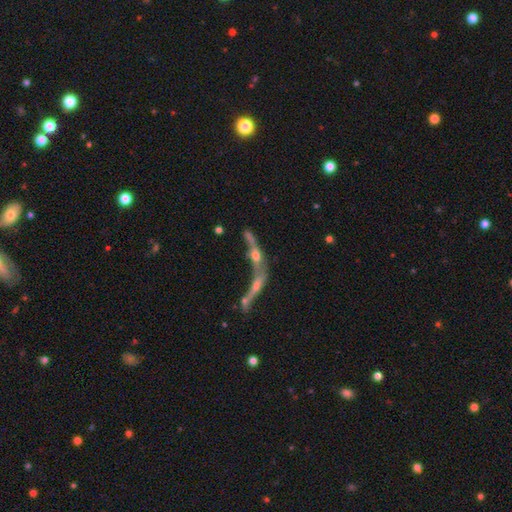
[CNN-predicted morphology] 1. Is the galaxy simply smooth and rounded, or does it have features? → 62% featured or disk, 24% smooth, 15% star or artifact.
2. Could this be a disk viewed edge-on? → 51% yes, 49% no.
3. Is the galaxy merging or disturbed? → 64% merger, 16% none, 12% major disturbance, 7% minor disturbance.